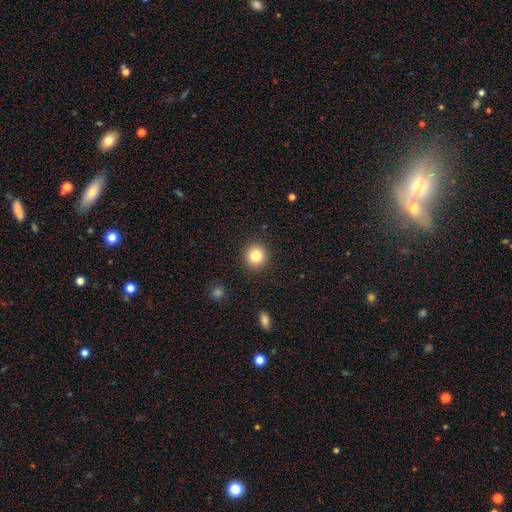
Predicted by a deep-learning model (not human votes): Overall: smooth (82%). How rounded: round (91%). Merging: none (91%).